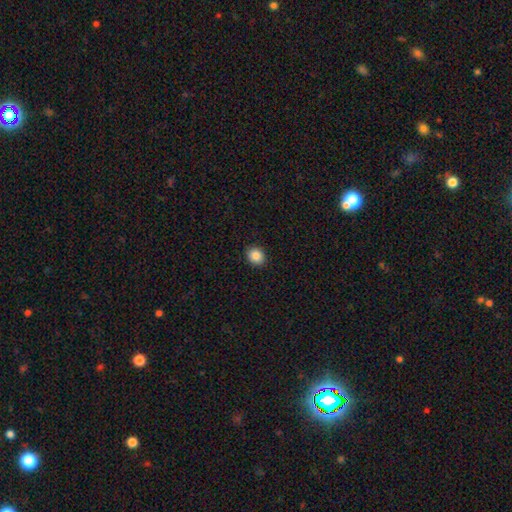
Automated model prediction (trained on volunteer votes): Smooth or featured?
  - smooth: 87% *
  - star or artifact: 9%
  - featured or disk: 4%
How rounded?
  - round: 72% *
  - in between: 27%
  - cigar-shaped: 1%
Merging?
  - none: 91% *
  - minor disturbance: 6%
  - major disturbance: 2%
  - merger: 1%